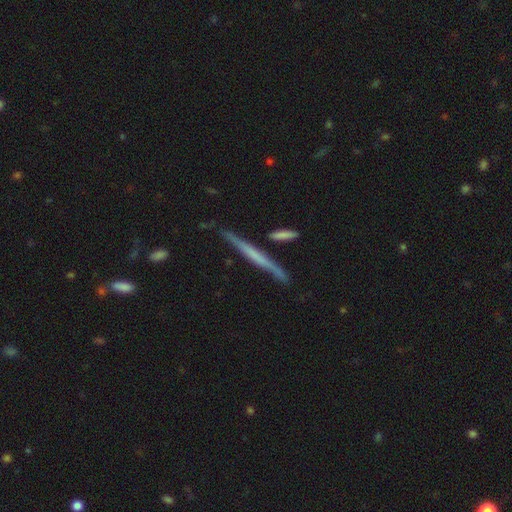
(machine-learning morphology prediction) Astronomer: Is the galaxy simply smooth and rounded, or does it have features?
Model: featured or disk — 58% (runner-up: smooth, 35%).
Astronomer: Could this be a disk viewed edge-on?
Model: yes — 96%.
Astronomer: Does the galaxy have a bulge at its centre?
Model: none — 75%.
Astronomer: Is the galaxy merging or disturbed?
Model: none — 80%.